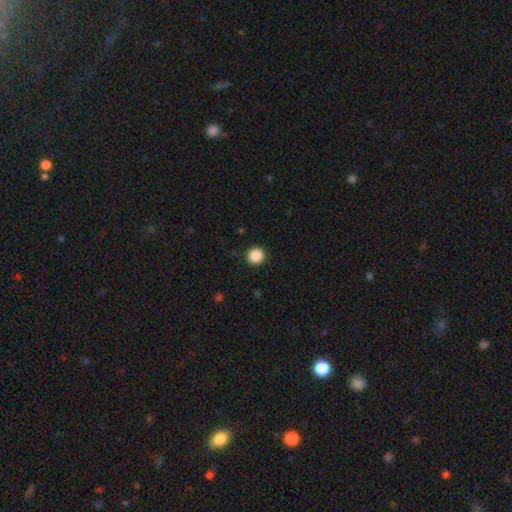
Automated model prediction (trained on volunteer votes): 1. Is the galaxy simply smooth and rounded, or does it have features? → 88% smooth, 10% star or artifact, 2% featured or disk.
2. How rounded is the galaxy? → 95% round, 4% in between, 1% cigar-shaped.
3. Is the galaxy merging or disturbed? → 92% none, 5% minor disturbance, 2% major disturbance, 1% merger.